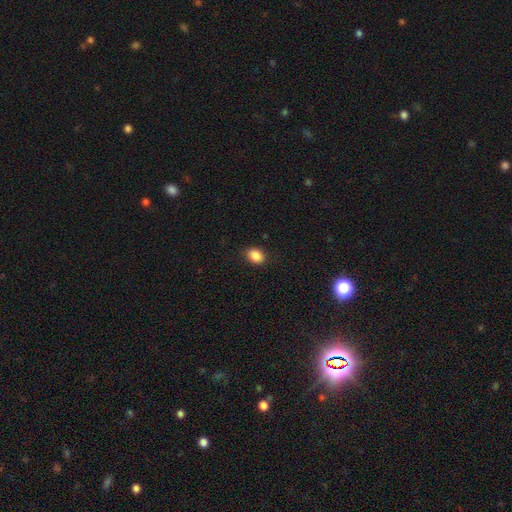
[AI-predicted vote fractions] This appears to be a smooth galaxy with no disk features (87%) that is in between round and cigar-shaped (64%). Merging: none (86%).